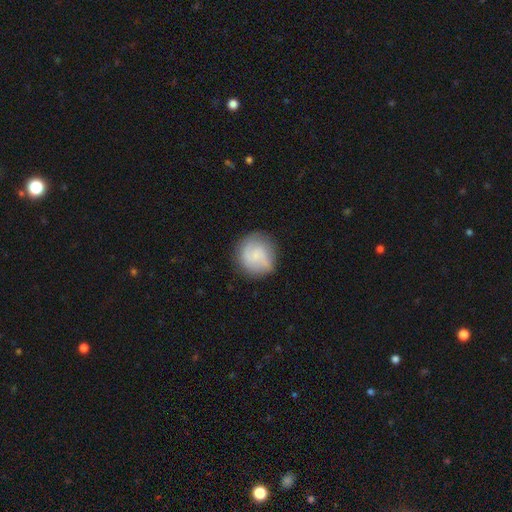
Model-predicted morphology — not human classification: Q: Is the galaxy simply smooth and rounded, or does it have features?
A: smooth — 61%.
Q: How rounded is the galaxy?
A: round — 90%.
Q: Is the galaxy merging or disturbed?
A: none — 73%.